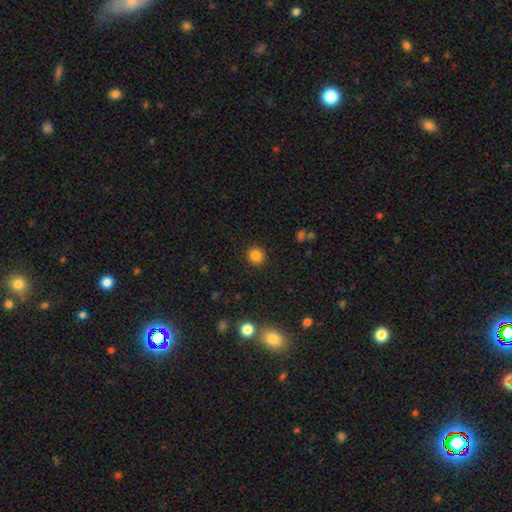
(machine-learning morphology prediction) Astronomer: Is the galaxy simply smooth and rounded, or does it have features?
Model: smooth — 83%.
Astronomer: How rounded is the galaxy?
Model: round — 91%.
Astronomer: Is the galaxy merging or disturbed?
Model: none — 91%.